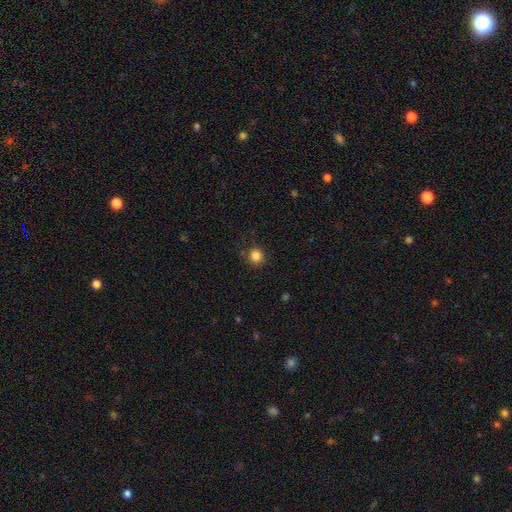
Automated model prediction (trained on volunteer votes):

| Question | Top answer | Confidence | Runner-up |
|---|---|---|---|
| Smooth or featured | smooth | 85% | star or artifact (11%) |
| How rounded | round | 91% | in between (8%) |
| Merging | none | 85% | minor disturbance (10%) |